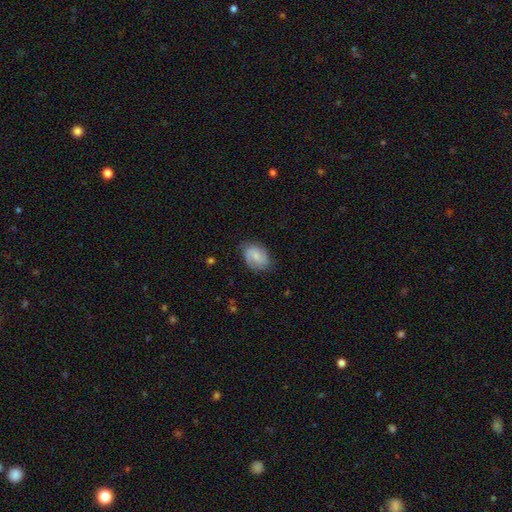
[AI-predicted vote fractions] Smooth or featured? smooth (49%)
Merging? none (72%)